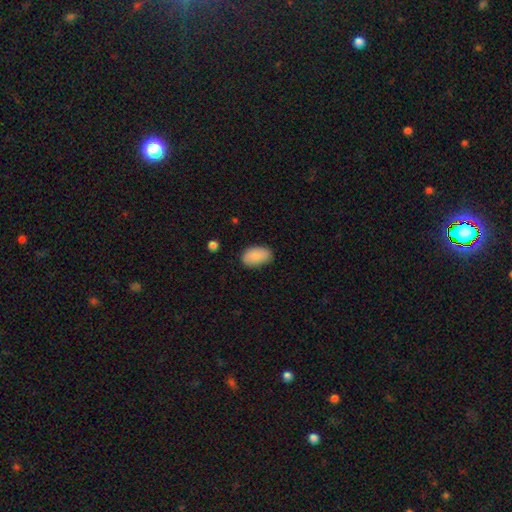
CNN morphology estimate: This is clearly a smooth galaxy (88%). How rounded: clearly in between (93%). Merging: clearly none (81%).